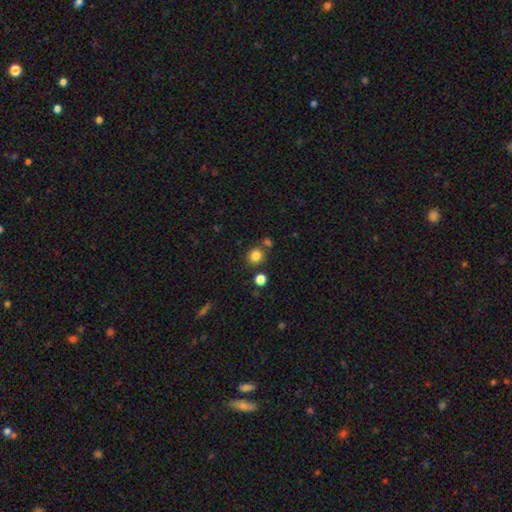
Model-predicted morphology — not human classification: A smooth galaxy with no disk features (83%) that is round (86%). Merging: none (77%).